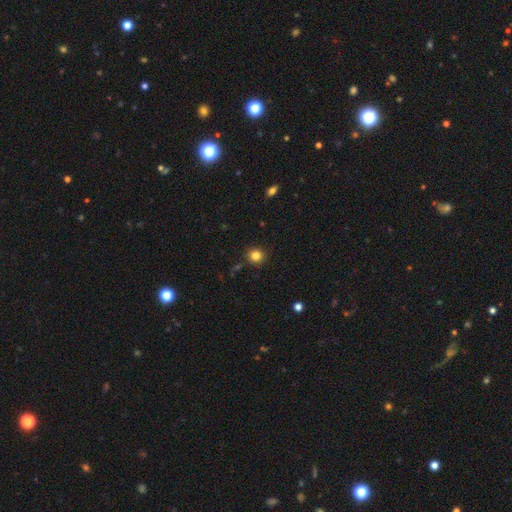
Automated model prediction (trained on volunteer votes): A smooth galaxy with no disk features (83%) that is round (91%). Merging: none (89%).